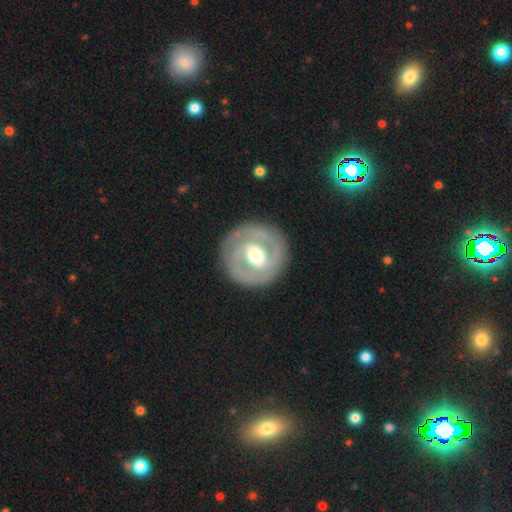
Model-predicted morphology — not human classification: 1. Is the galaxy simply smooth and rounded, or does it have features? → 75% featured or disk, 21% smooth, 5% star or artifact.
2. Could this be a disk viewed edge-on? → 97% no, 3% yes.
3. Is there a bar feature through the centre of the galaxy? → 41% weak, 34% no, 25% strong.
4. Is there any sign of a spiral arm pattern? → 66% yes, 34% no.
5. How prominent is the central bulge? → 67% moderate, 19% large, 11% small, 2% dominant, 1% none.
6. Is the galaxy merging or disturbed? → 85% none, 9% minor disturbance, 4% major disturbance, 1% merger.